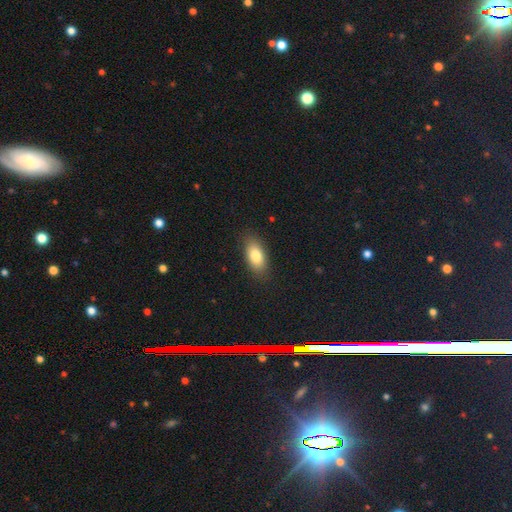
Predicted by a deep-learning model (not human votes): Smooth or featured? smooth (81%)
How rounded? in between (88%)
Merging? none (86%)